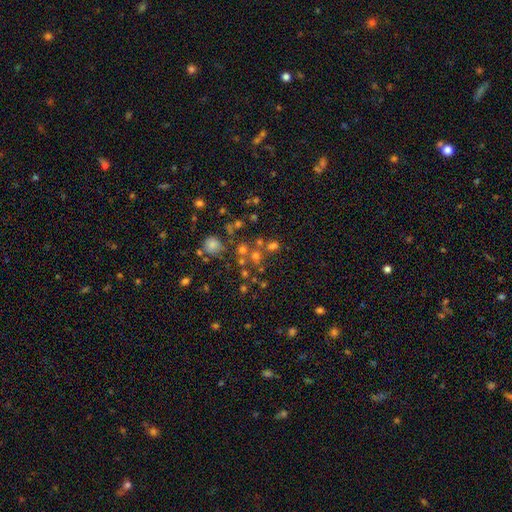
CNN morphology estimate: type=star or artifact (44%).